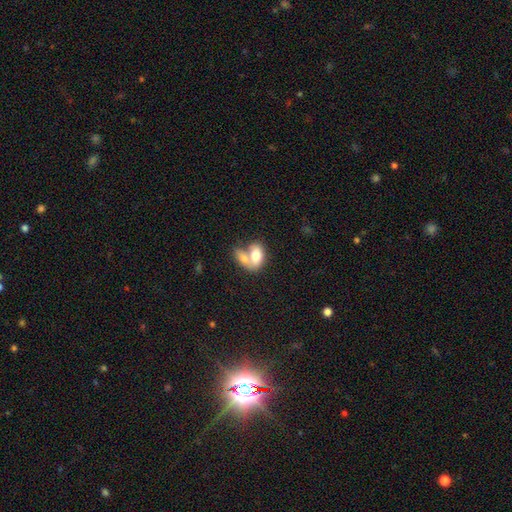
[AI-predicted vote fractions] A smooth galaxy with no disk features (73%) that is in between round and cigar-shaped (87%). Merging: merger (67%).